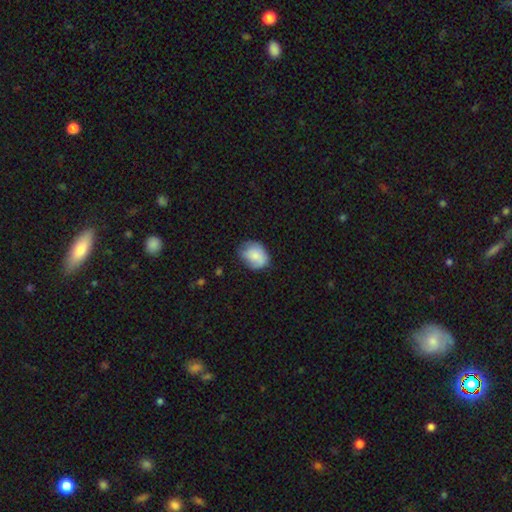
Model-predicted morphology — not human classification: Smooth or featured: smooth — 74% (featured or disk — 18%)
How rounded: in between — 61% (round — 38%)
Merging: none — 57% (minor disturbance — 32%)